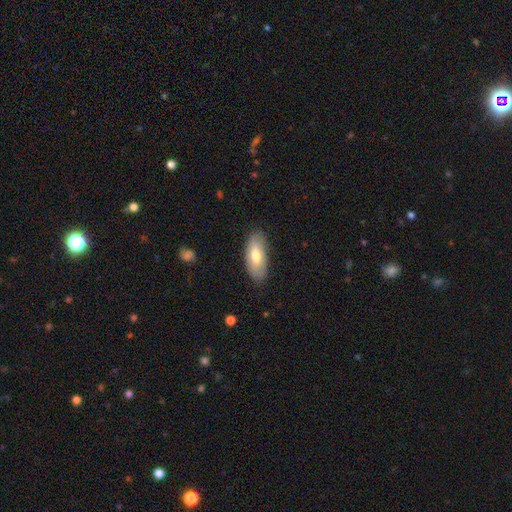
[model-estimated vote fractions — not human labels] A smooth galaxy with no disk features (71%) that is in between round and cigar-shaped (86%). Merging: none (83%).